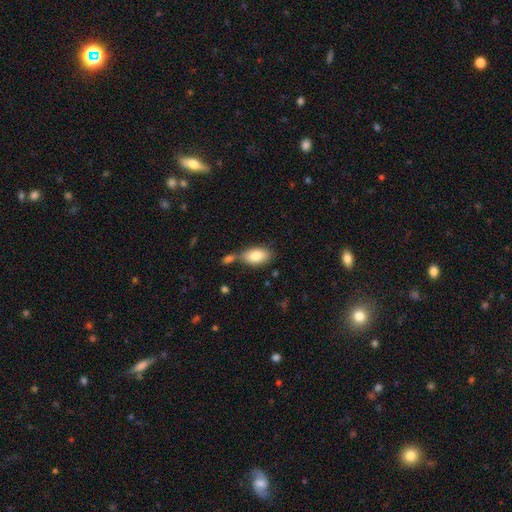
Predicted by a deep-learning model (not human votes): The model was most divided on "merging": none: 54%, merger: 26%, minor disturbance: 15%, major disturbance: 5%. More confident: how rounded — in between (93%); smooth or featured — smooth (83%).